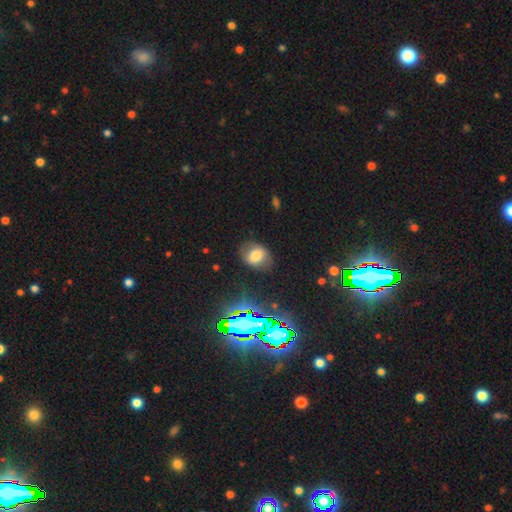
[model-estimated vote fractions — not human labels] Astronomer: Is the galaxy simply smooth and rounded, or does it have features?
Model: smooth — 67%.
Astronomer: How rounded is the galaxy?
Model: round — 54% (runner-up: in between, 45%).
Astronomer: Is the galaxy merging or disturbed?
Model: none — 75%.